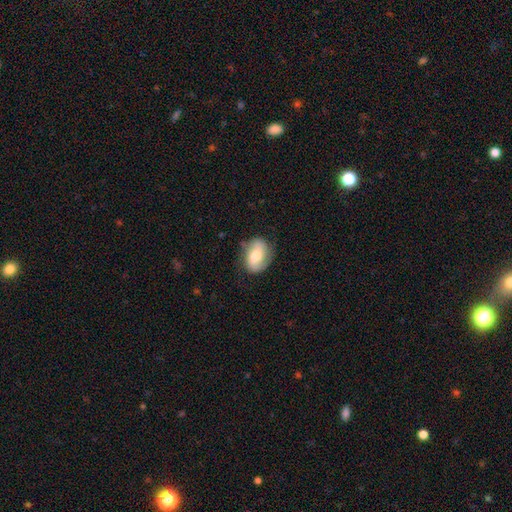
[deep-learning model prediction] Morphology: type=featured or disk (48%); merging=none (74%).